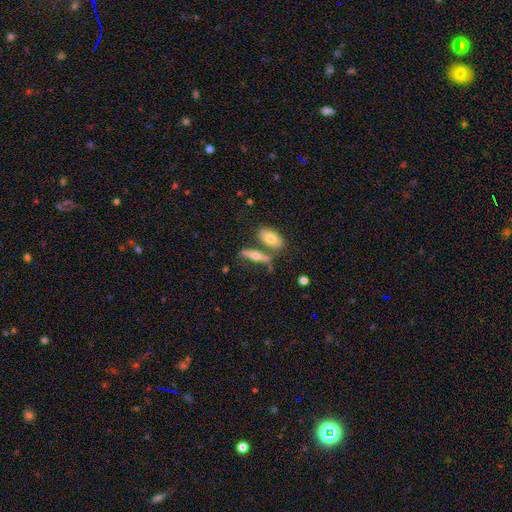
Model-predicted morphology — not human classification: Smooth or featured? featured or disk (49%)
Merging? none (55%)